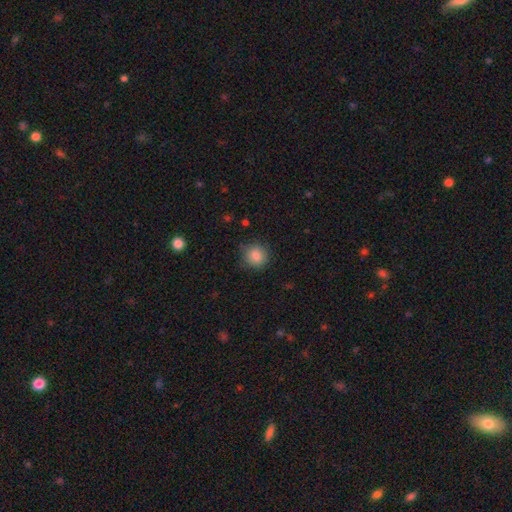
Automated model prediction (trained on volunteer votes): Smooth or featured? smooth (85%)
How rounded? round (91%)
Merging? none (84%)